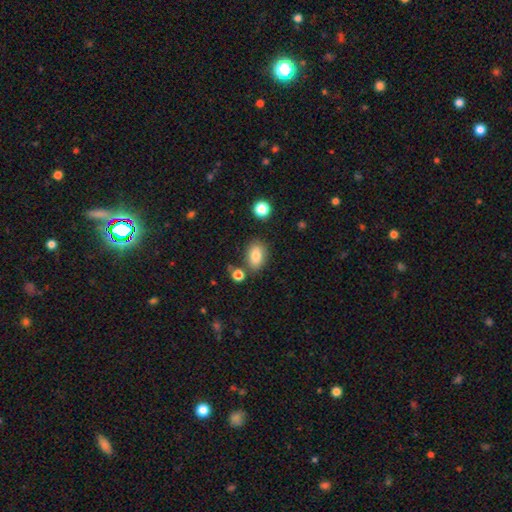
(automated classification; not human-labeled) Morphology: type=smooth (80%); roundness=in between (83%); merging=none (75%).